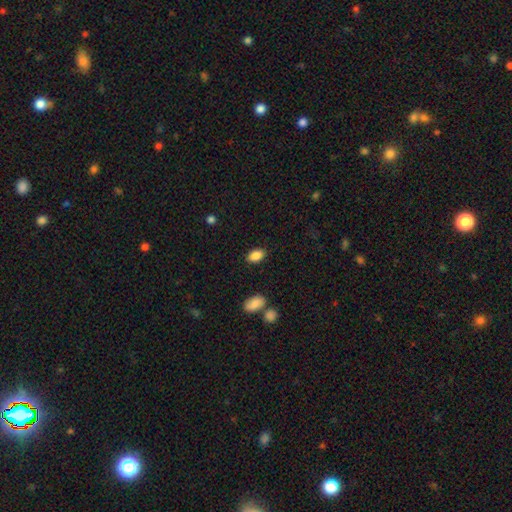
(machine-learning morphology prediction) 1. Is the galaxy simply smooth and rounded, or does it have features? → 88% smooth, 8% star or artifact, 4% featured or disk.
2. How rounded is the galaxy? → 91% in between, 8% round, 2% cigar-shaped.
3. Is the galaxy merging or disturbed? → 86% none, 9% minor disturbance, 3% major disturbance, 2% merger.